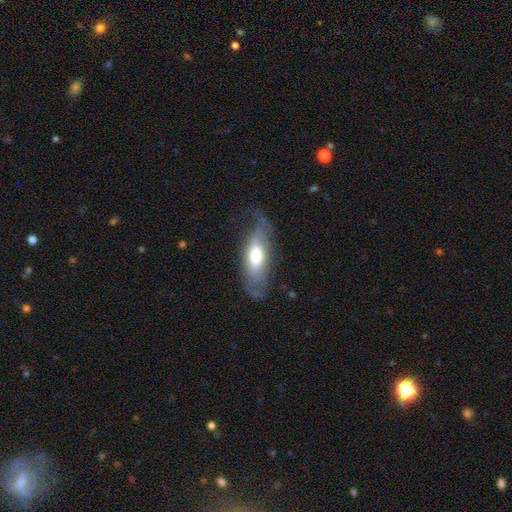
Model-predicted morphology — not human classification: Smooth or featured: smooth — 52% (featured or disk — 42%)
How rounded: in between — 71% (cigar-shaped — 26%)
Merging: none — 54% (minor disturbance — 27%)